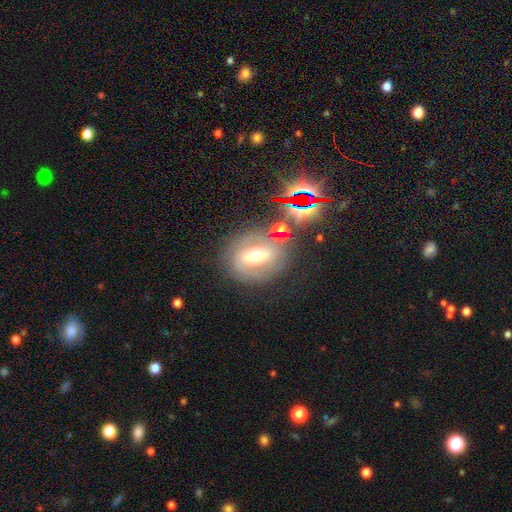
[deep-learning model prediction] A featured or disk galaxy (65%) with a strong bar (51%), spiral arms (65%) and a moderate central bulge (70%).

Vote fractions:
- Smooth or featured? featured or disk: 65% / smooth: 21% / star or artifact: 14%
- Edge-on disk? no: 92% / yes: 8%
- Bar? strong: 51% / weak: 31% / no: 17%
- Spiral arms? yes: 65% / no: 35%
- Bulge size? moderate: 70% / small: 20% / large: 8% / dominant: 1% / none: 1%
- Merging? none: 71% / minor disturbance: 14% / merger: 8% / major disturbance: 7%